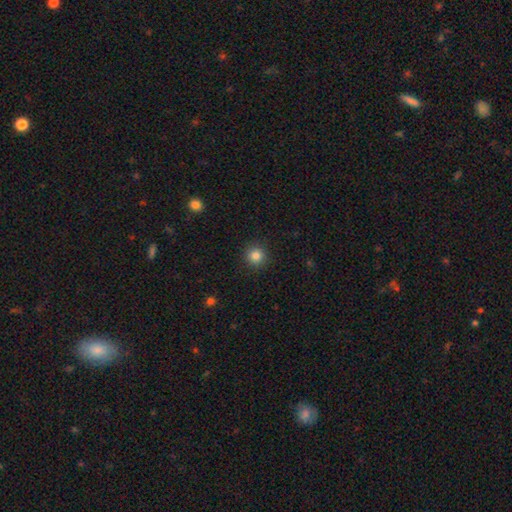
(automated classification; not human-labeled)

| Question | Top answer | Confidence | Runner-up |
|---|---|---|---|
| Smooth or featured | smooth | 84% | star or artifact (11%) |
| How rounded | round | 94% | in between (5%) |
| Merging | none | 91% | minor disturbance (6%) |